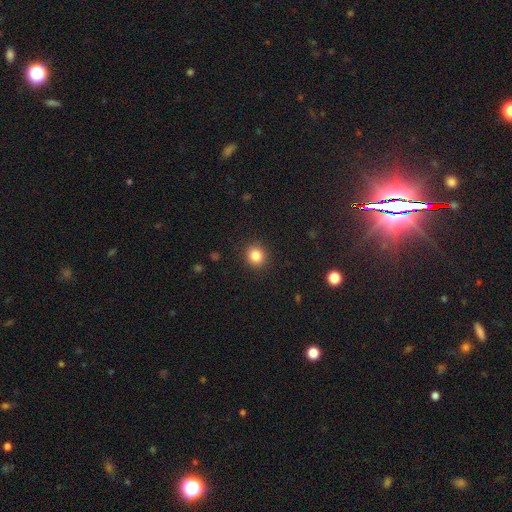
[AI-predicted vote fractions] smooth-or-featured: smooth: 84% | star or artifact: 11% | featured or disk: 5%
  how-rounded: round: 89% | in between: 10% | cigar-shaped: 1%
  merging: none: 91% | minor disturbance: 6% | major disturbance: 2% | merger: 1%